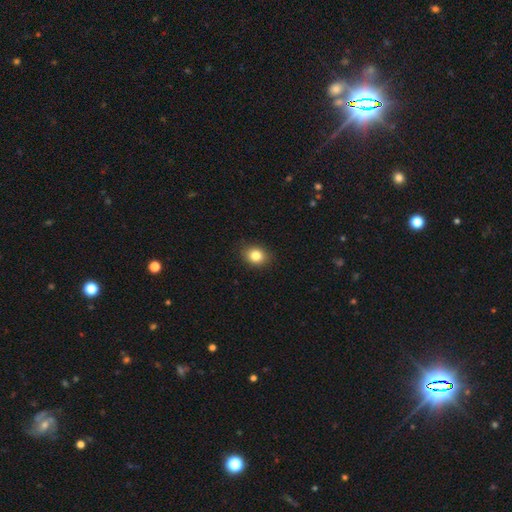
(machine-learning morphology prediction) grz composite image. It shows a smooth galaxy with no disk features (83%) that is round (60%). Merging: none (88%).